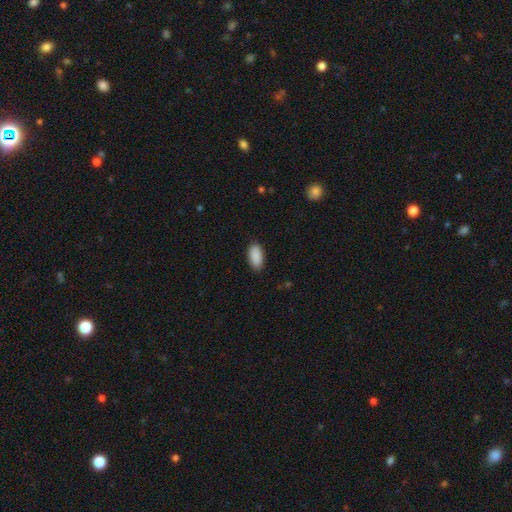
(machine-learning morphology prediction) Smooth or featured?
  - smooth: 91% *
  - star or artifact: 6%
  - featured or disk: 3%
How rounded?
  - in between: 93% *
  - cigar-shaped: 5%
  - round: 2%
Merging?
  - none: 88% *
  - minor disturbance: 9%
  - major disturbance: 2%
  - merger: 1%